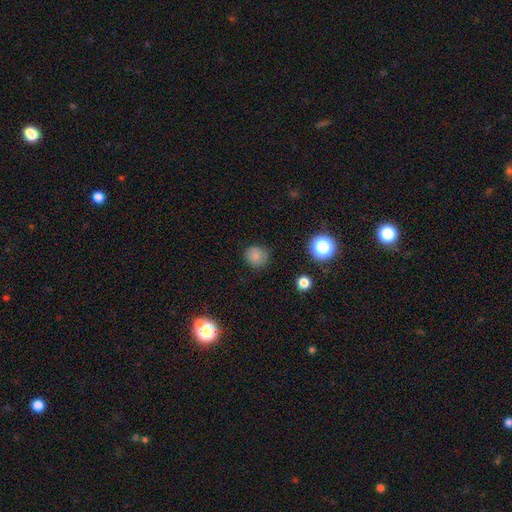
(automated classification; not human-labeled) Smooth or featured?
  - smooth: 81% *
  - star or artifact: 13%
  - featured or disk: 6%
How rounded?
  - round: 88% *
  - in between: 11%
  - cigar-shaped: 1%
Merging?
  - none: 82% *
  - minor disturbance: 13%
  - major disturbance: 3%
  - merger: 1%